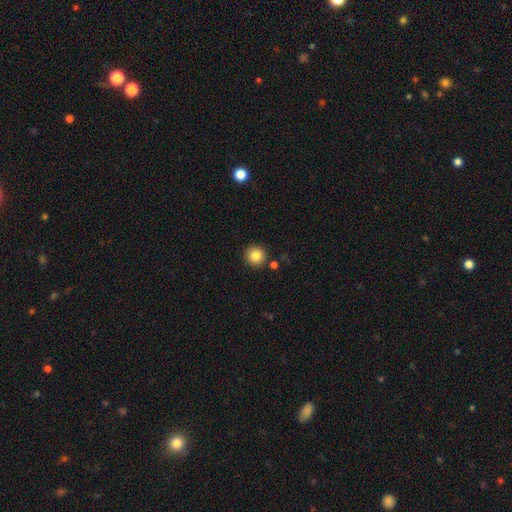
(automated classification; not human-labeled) Overall: smooth (84%). How rounded: round (95%). Merging: none (89%).